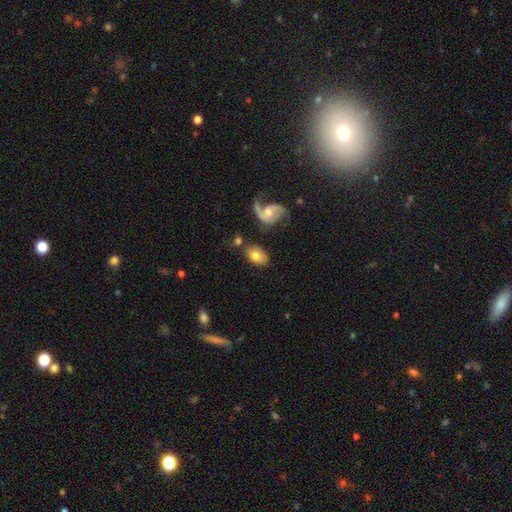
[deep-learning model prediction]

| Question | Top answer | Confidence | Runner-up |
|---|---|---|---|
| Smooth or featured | smooth | 69% | featured or disk (24%) |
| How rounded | in between | 86% | round (13%) |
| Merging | none | 65% | minor disturbance (17%) |